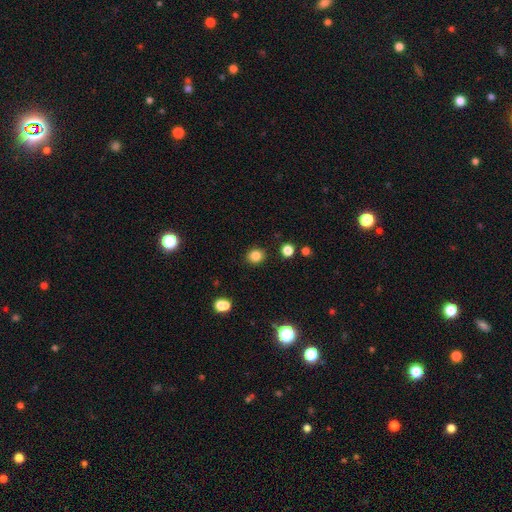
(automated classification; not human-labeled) smooth_or_featured: smooth (p=0.84) [alt: star or artifact p=0.12]
how_rounded: round (p=0.79) [alt: in between p=0.20]
merging: none (p=0.89) [alt: minor disturbance p=0.07]